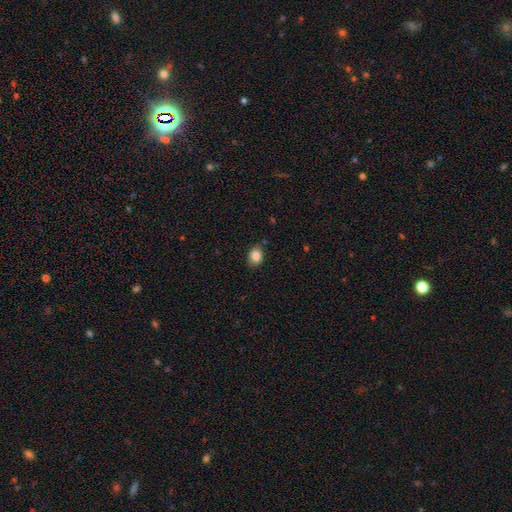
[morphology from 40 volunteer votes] Smooth or featured? smooth (82%)
How rounded? round (61%)
Merging? none (77%)